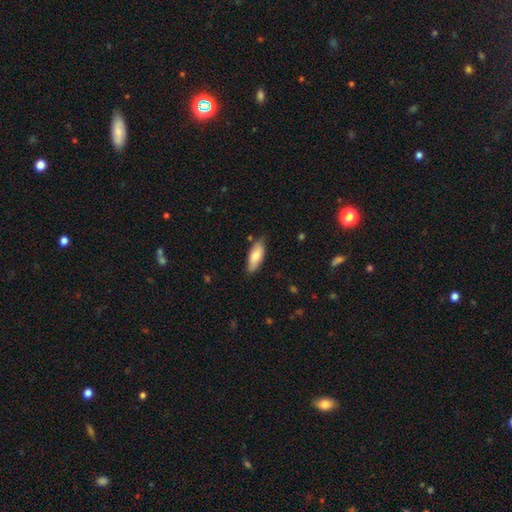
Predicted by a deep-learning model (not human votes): This is likely a smooth galaxy (79%). How rounded: likely in between (72%). Merging: likely none (77%).